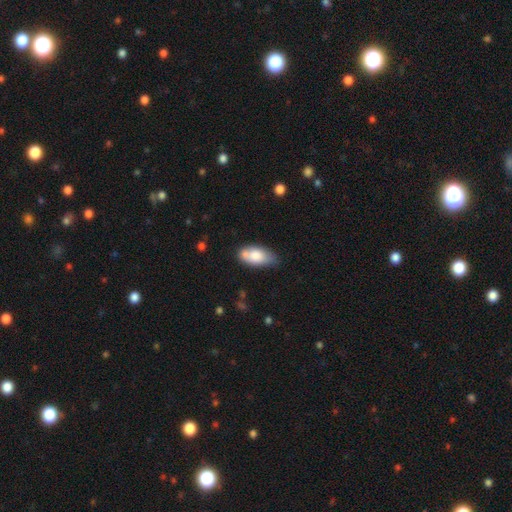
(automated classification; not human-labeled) Smooth or featured: smooth — 77% (featured or disk — 17%)
How rounded: in between — 91% (cigar-shaped — 6%)
Merging: none — 56% (minor disturbance — 25%)